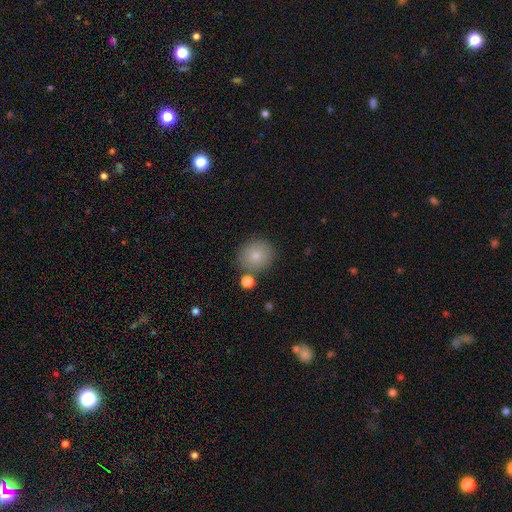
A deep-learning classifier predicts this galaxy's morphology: A smooth galaxy with no disk features (81%) that is round (85%).

Vote fractions:
- Smooth or featured? smooth: 81% / featured or disk: 11% / star or artifact: 8%
- How rounded? round: 85% / in between: 14% / cigar-shaped: 1%
- Merging? none: 76% / minor disturbance: 11% / merger: 11% / major disturbance: 3%